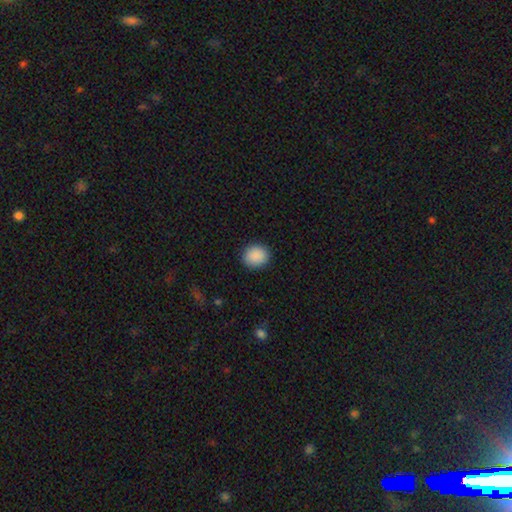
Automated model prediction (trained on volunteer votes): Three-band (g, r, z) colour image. It shows a smooth galaxy with no disk features (90%) that is round (71%). Merging: none (90%).